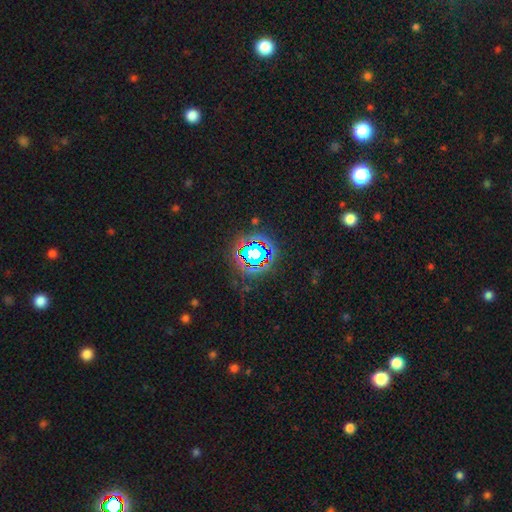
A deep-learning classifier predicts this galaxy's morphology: Overall: star or artifact (74%).